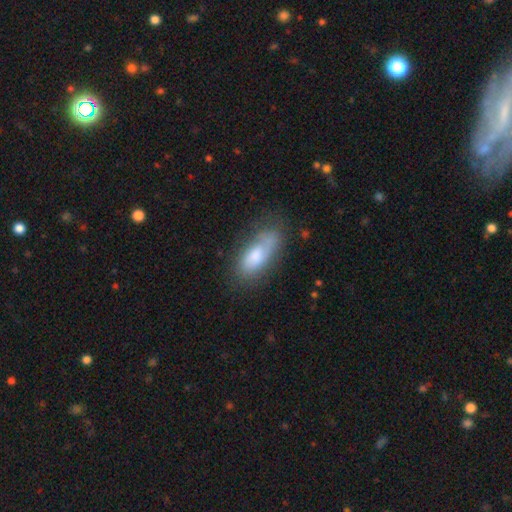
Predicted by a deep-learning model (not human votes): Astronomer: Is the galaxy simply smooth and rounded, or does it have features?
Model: smooth — 67%.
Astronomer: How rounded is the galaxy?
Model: in between — 79%.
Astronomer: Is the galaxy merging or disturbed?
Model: none — 58%.